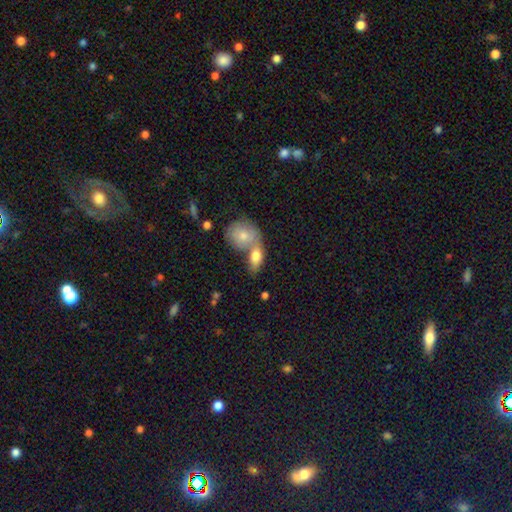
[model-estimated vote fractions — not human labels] Morphology: type=smooth (76%); roundness=in between (78%); merging=merger (57%).